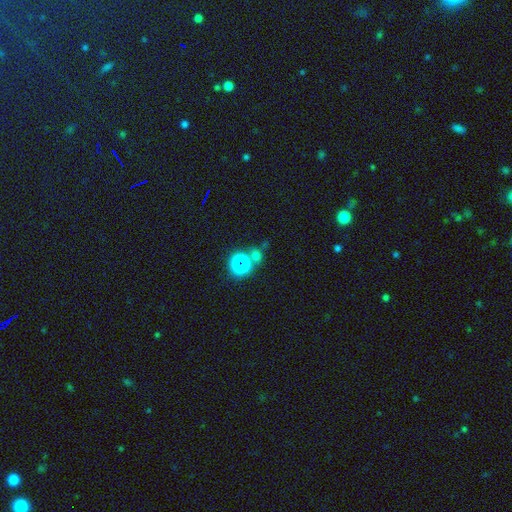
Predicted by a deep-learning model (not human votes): Smooth or featured? smooth (54%)
How rounded? round (79%)
Merging? none (62%)